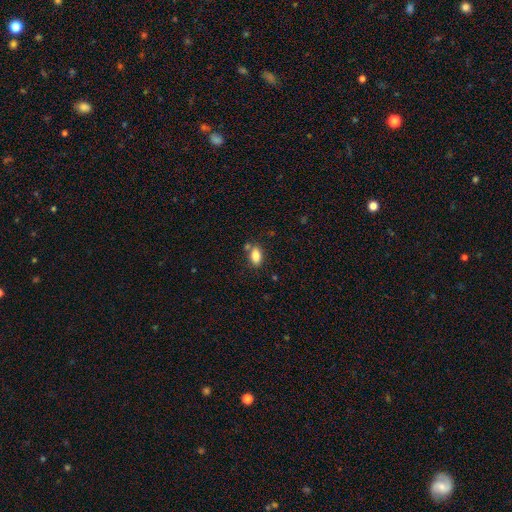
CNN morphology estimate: smooth-or-featured: smooth: 84% | star or artifact: 9% | featured or disk: 7%
  how-rounded: in between: 89% | round: 7% | cigar-shaped: 4%
  merging: none: 73% | minor disturbance: 13% | merger: 11% | major disturbance: 3%